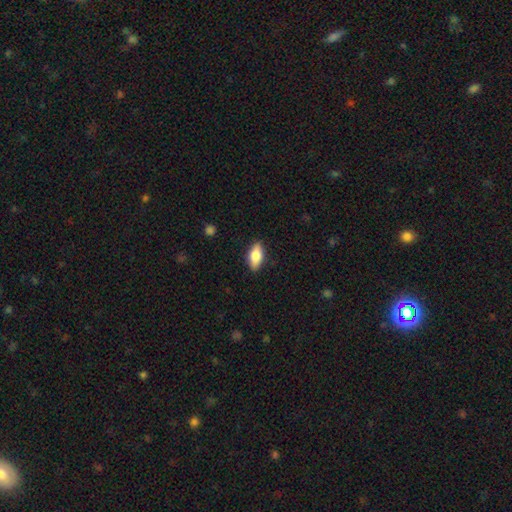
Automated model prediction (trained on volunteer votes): A smooth galaxy with no disk features (71%) that is in between round and cigar-shaped (83%). Merging: none (88%).